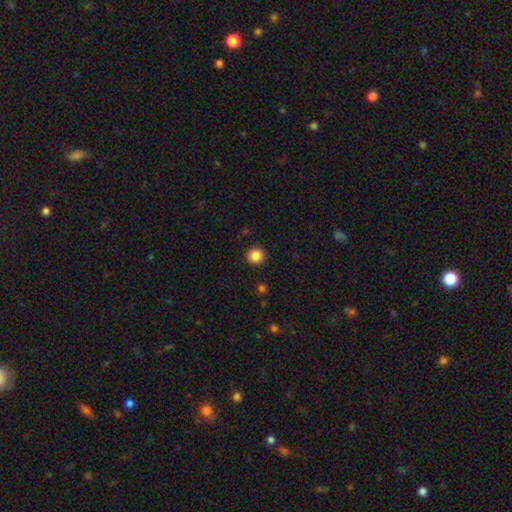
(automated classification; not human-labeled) The model was most divided on "smooth or featured": smooth: 86%, star or artifact: 10%, featured or disk: 3%. More confident: how rounded — round (93%); merging — none (92%).